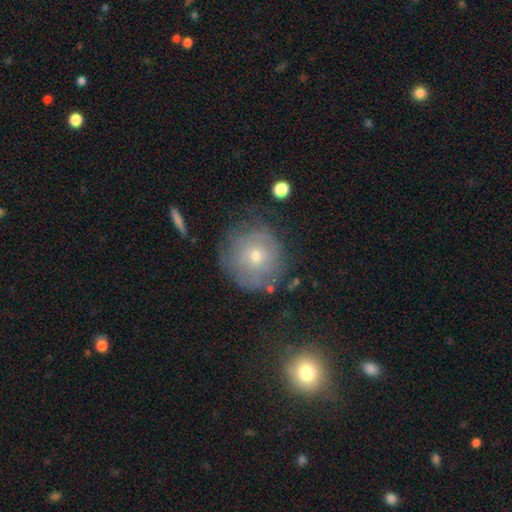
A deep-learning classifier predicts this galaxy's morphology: Smooth or featured: smooth — 47% (featured or disk — 43%)
Merging: none — 63% (minor disturbance — 22%)